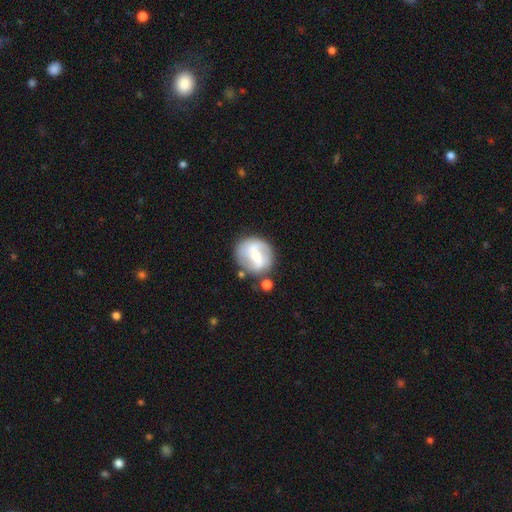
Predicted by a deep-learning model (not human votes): featured or disk 65%, smooth 28%, star or artifact 7%. Down the decision tree: edge-on disk — no (96%); bar — strong (40%); spiral arms — yes (74%); bulge size — moderate (48%); merging — none (70%).